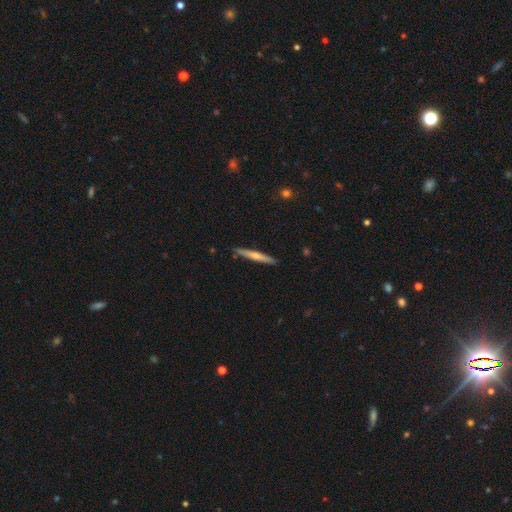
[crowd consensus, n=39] smooth_or_featured: smooth (p=0.54) [alt: featured or disk p=0.44]
how_rounded: cigar-shaped (p=0.95) [alt: in between p=0.05]
merging: none (p=0.87) [alt: minor disturbance p=0.13]